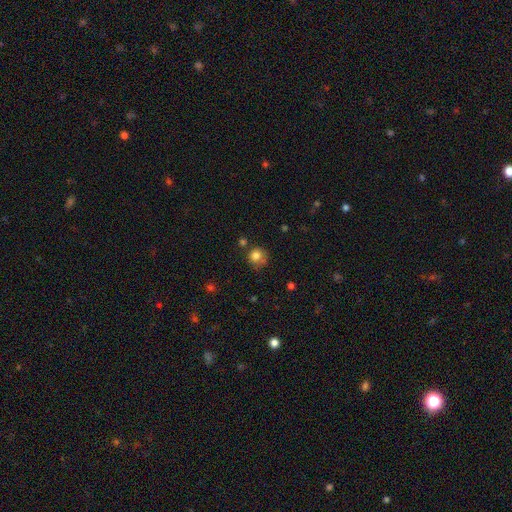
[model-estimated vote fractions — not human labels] Q: Smooth or featured?
A: smooth (81%); runner-up: star or artifact (11%)
Q: How rounded?
A: round (87%); runner-up: in between (12%)
Q: Merging?
A: none (63%); runner-up: minor disturbance (23%)